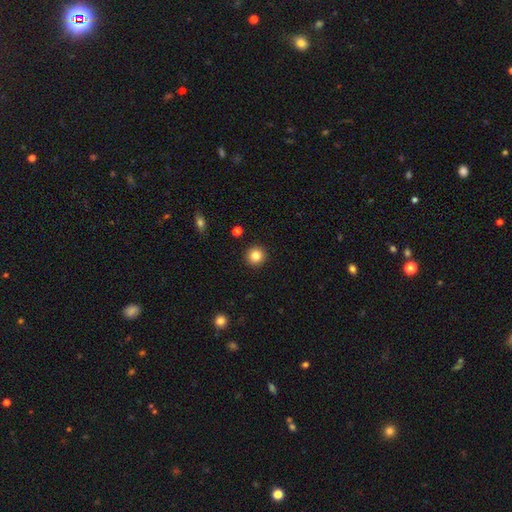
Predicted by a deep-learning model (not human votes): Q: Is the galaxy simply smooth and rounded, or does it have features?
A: smooth — 84%.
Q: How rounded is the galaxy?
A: round — 94%.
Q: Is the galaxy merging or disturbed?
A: none — 93%.